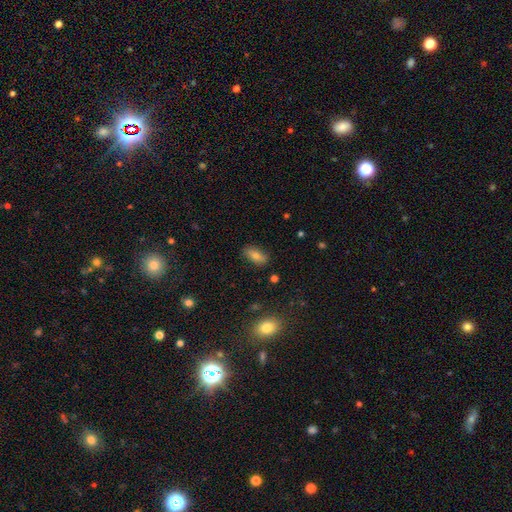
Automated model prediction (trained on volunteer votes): This appears to be a smooth galaxy with no disk features (73%) that is in between round and cigar-shaped (84%). Merging: none (84%).